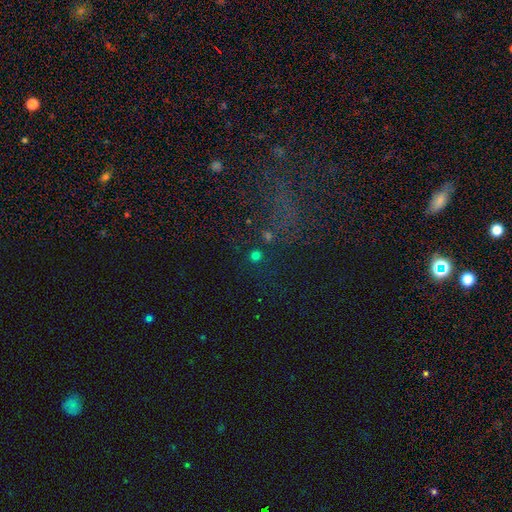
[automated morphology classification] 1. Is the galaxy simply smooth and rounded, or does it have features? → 72% smooth, 23% star or artifact, 5% featured or disk.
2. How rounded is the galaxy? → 93% round, 6% in between, 1% cigar-shaped.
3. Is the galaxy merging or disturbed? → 83% none, 7% minor disturbance, 7% merger, 4% major disturbance.